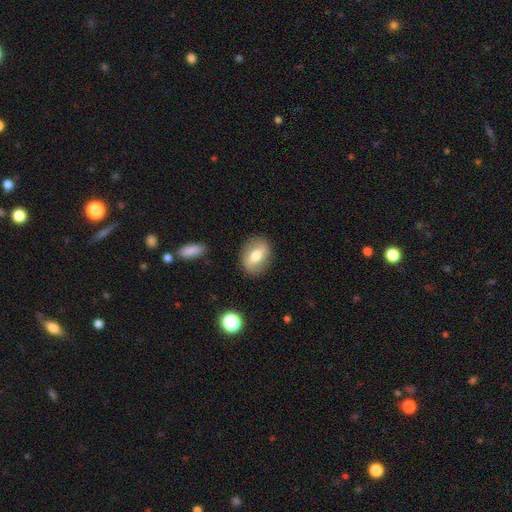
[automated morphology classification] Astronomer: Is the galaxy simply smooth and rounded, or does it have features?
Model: smooth — 60%.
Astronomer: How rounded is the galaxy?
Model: in between — 70%.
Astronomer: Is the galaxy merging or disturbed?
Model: none — 85%.